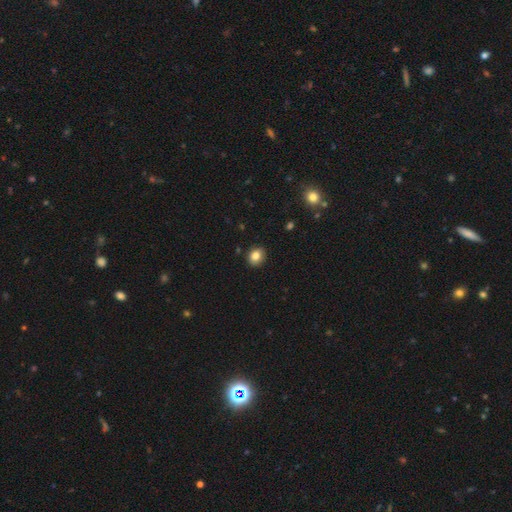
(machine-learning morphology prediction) The model was most divided on "how rounded": round: 64%, in between: 35%, cigar-shaped: 1%. More confident: merging — none (89%); smooth or featured — smooth (83%).